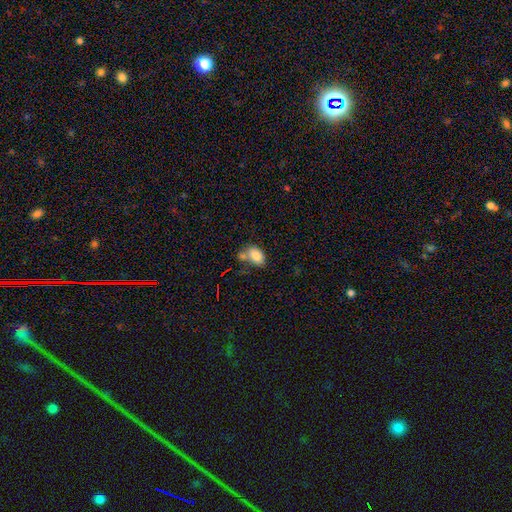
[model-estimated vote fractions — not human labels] Smooth or featured? Predicted: smooth (p=0.83). How rounded? Predicted: in between (p=0.86). Merging? Predicted: none (p=0.41).